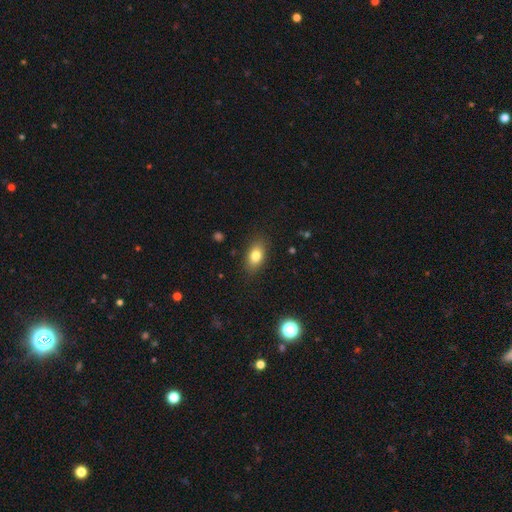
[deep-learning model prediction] Q: Smooth or featured?
A: smooth (80%); runner-up: featured or disk (11%)
Q: How rounded?
A: in between (85%); runner-up: round (12%)
Q: Merging?
A: none (85%); runner-up: minor disturbance (11%)